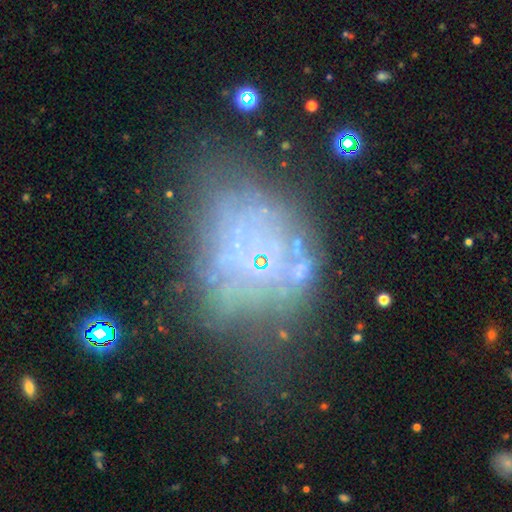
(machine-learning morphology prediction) smooth-or-featured: featured or disk: 49% | smooth: 27% | star or artifact: 23%
  merging: none: 39% | major disturbance: 30% | minor disturbance: 22% | merger: 8%